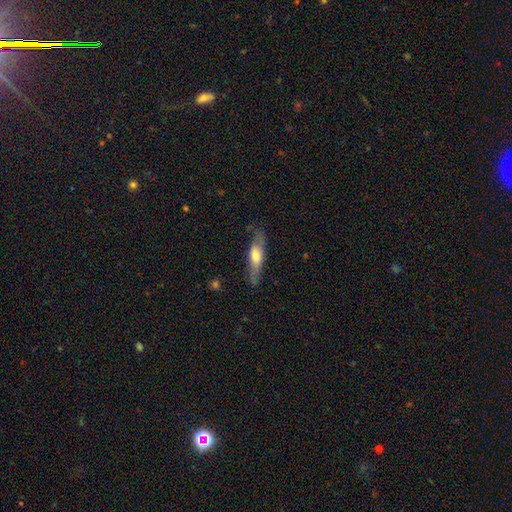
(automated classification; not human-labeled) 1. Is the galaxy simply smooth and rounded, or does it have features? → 49% smooth, 45% featured or disk, 6% star or artifact.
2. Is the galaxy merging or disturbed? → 71% none, 21% minor disturbance, 6% major disturbance, 2% merger.